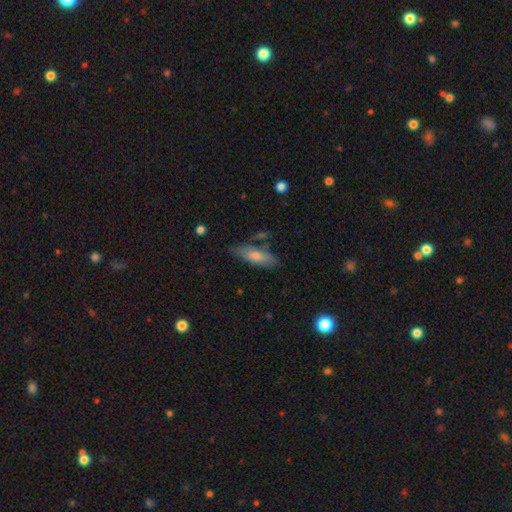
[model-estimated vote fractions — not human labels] This appears to be a smooth galaxy with no disk features (66%) that is in between round and cigar-shaped (51%). Merging: none (75%).